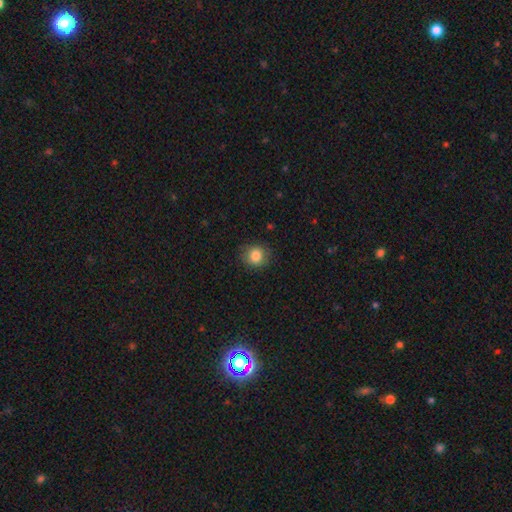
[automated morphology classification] Overall: smooth (85%). How rounded: round (84%). Merging: none (85%).